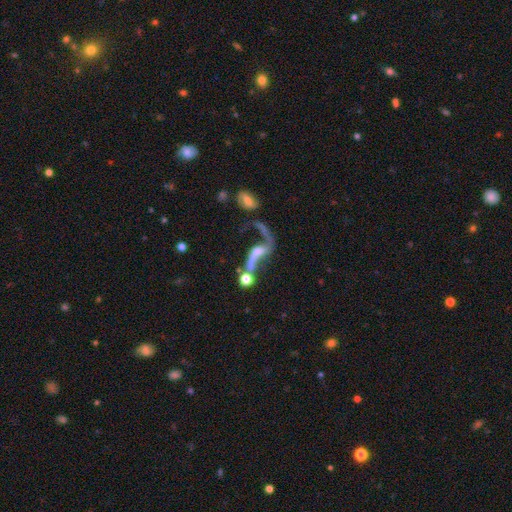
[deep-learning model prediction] smooth-or-featured: featured or disk: 82% | star or artifact: 9% | smooth: 9%
  disk-edge-on: no: 90% | yes: 10%
    bar: no: 45% | weak: 35% | strong: 20%
    has-spiral-arms: yes: 91% | no: 9%
      spiral-winding: loose: 91% | medium: 7% | tight: 2%
      spiral-arm-count: 2: 88% | 1: 7% | can't tell: 2% | 3: 1% | 4: 1% | more than 4: 1%
    bulge-size: small: 43% | moderate: 36% | none: 14% | large: 5% | dominant: 2%
  merging: none: 42% | merger: 23% | major disturbance: 19% | minor disturbance: 15%